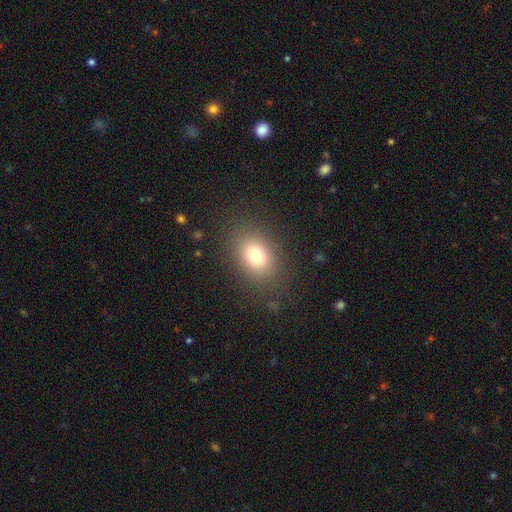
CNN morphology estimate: smooth 75%, star or artifact 14%, featured or disk 11%. Down the decision tree: how rounded — in between (64%); merging — none (83%).